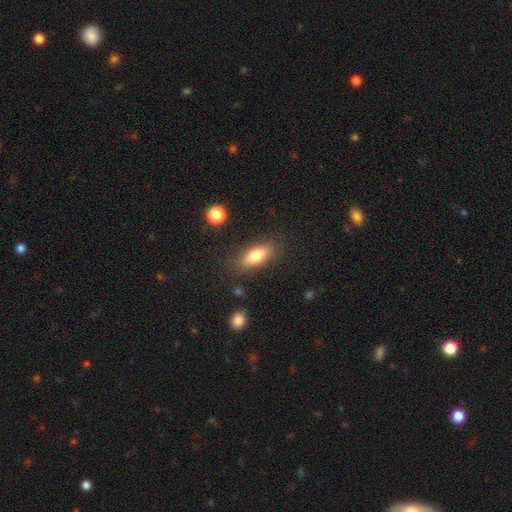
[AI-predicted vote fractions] A smooth galaxy with no disk features (75%) that is in between round and cigar-shaped (74%).

Vote fractions:
- Smooth or featured? smooth: 75% / featured or disk: 18% / star or artifact: 7%
- How rounded? in between: 74% / cigar-shaped: 22% / round: 4%
- Merging? none: 83% / minor disturbance: 12% / major disturbance: 4% / merger: 2%